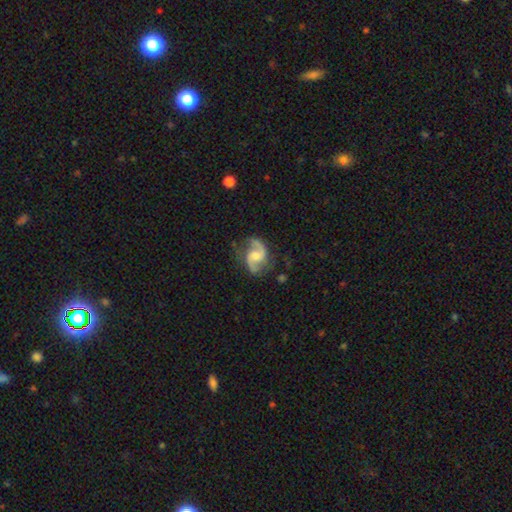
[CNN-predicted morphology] Smooth or featured?
  - featured or disk: 89% *
  - smooth: 6%
  - star or artifact: 5%
Edge-on disk?
  - no: 98% *
  - yes: 2%
Bar?
  - no: 46% *
  - weak: 45%
  - strong: 9%
Spiral arms?
  - yes: 97% *
  - no: 3%
Spiral winding?
  - medium: 53% *
  - loose: 35%
  - tight: 12%
Spiral arm count?
  - 2: 93% *
  - can't tell: 2%
  - 1: 2%
  - 3: 1%
  - 4: 1%
  - more than 4: 1%
Bulge size?
  - moderate: 48% *
  - small: 29%
  - none: 12%
  - large: 9%
  - dominant: 1%
Merging?
  - none: 73% *
  - minor disturbance: 18%
  - major disturbance: 7%
  - merger: 2%